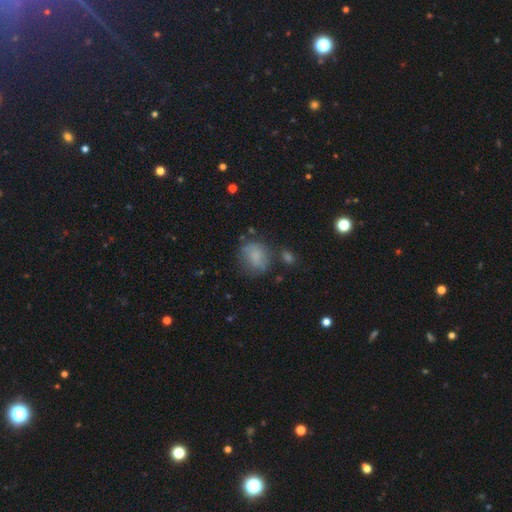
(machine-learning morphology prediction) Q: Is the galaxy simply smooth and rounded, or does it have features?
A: smooth — 75%.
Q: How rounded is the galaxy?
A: round — 57%.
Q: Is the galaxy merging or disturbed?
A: none — 58%.